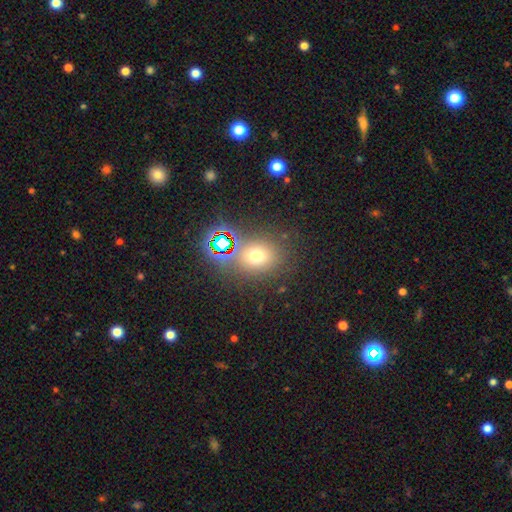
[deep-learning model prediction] Smooth or featured? Predicted: smooth (p=0.63). How rounded? Predicted: round (p=0.60). Merging? Predicted: none (p=0.74).